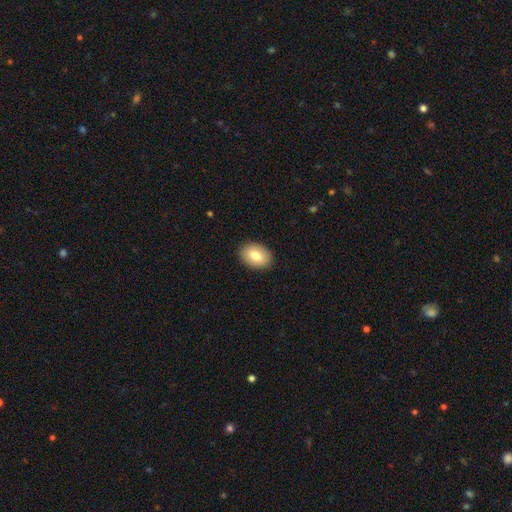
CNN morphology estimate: smooth-or-featured: smooth: 80% | featured or disk: 13% | star or artifact: 7%
  how-rounded: in between: 81% | round: 18% | cigar-shaped: 1%
  merging: none: 90% | minor disturbance: 7% | major disturbance: 2% | merger: 1%